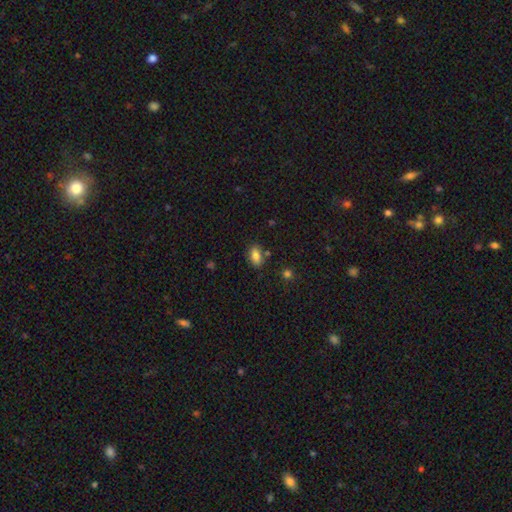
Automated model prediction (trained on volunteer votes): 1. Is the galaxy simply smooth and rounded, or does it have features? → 84% smooth, 9% star or artifact, 7% featured or disk.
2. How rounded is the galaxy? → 89% in between, 6% round, 5% cigar-shaped.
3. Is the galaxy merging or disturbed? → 79% none, 13% minor disturbance, 6% merger, 3% major disturbance.